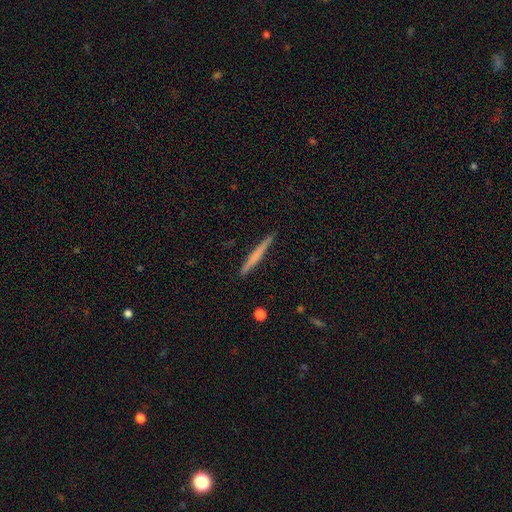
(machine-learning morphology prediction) This appears to be a smooth galaxy with no disk features (58%) that is cigar-shaped (97%). Merging: none (91%).